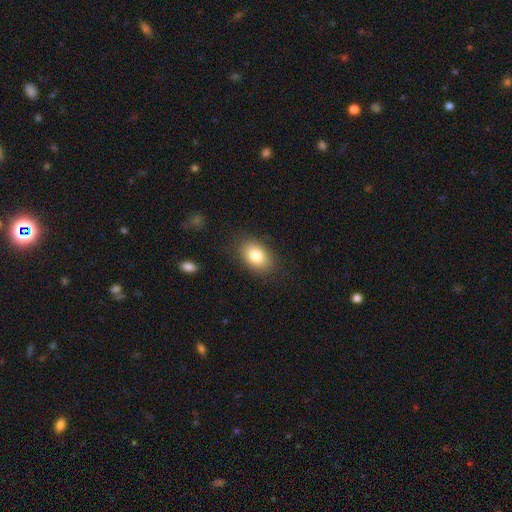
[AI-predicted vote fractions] The model was most divided on "how rounded": in between: 86%, round: 13%, cigar-shaped: 1%. More confident: merging — none (84%); smooth or featured — smooth (83%).